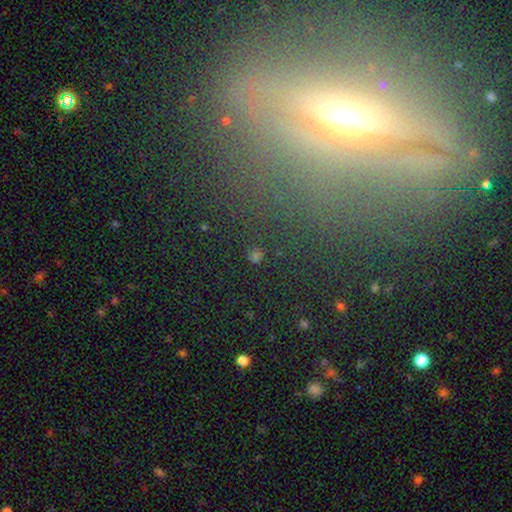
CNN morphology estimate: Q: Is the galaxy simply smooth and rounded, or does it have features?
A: star or artifact — 45%, tied with smooth.